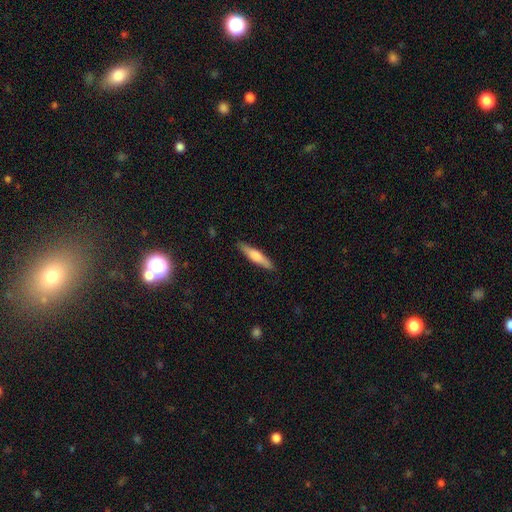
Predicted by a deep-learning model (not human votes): A smooth galaxy with no disk features (59%) that is cigar-shaped (85%). Merging: none (89%).